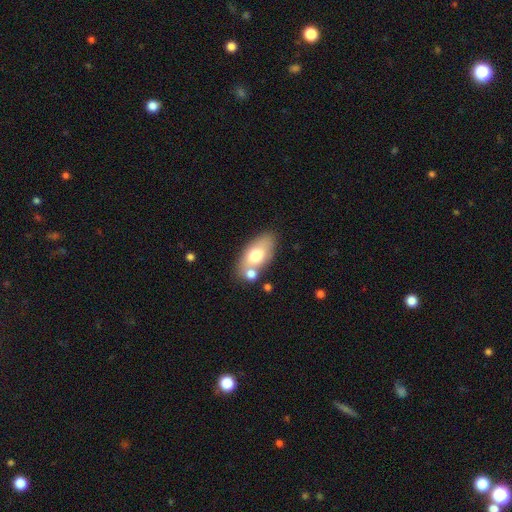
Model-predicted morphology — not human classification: A smooth galaxy with no disk features (69%) that is in between round and cigar-shaped (89%). Merging: none (57%).